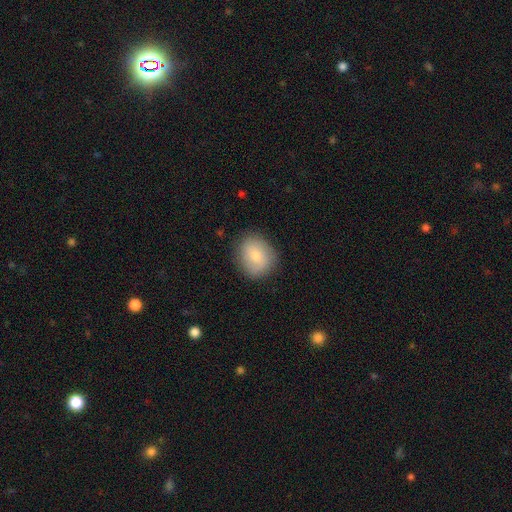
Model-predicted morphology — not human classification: smooth-or-featured: smooth: 72% | featured or disk: 20% | star or artifact: 8%
  how-rounded: round: 71% | in between: 28% | cigar-shaped: 1%
  merging: none: 83% | minor disturbance: 13% | major disturbance: 3% | merger: 1%